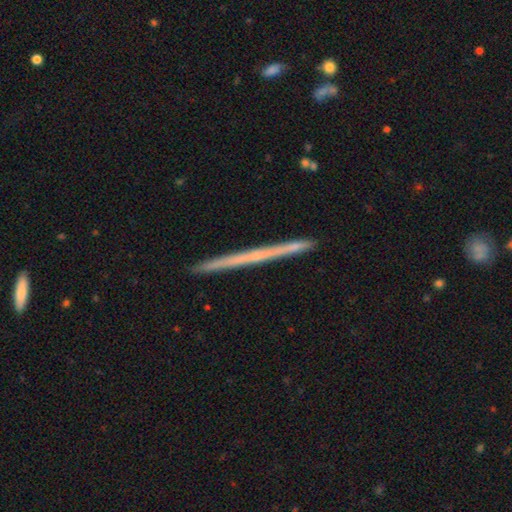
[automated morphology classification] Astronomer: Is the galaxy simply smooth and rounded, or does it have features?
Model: featured or disk — 63%.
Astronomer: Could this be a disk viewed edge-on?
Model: yes — 98%.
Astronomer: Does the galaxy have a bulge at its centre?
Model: none — 82%.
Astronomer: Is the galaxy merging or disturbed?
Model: none — 91%.